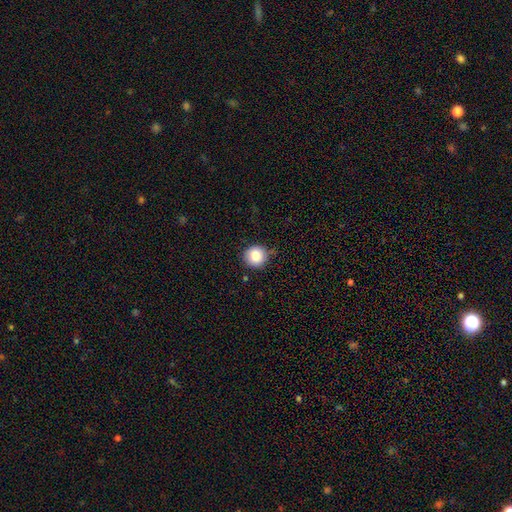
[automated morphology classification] Smooth or featured? Predicted: smooth (p=0.85). How rounded? Predicted: round (p=0.94). Merging? Predicted: none (p=0.81).